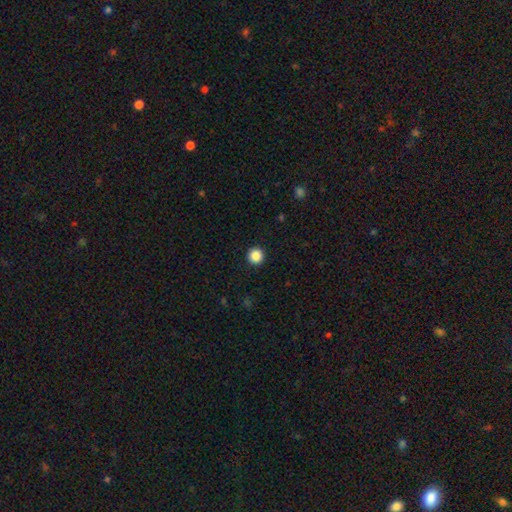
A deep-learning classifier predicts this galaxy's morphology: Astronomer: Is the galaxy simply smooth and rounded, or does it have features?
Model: smooth — 87%.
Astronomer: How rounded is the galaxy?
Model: round — 96%.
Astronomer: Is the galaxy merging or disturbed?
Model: none — 94%.